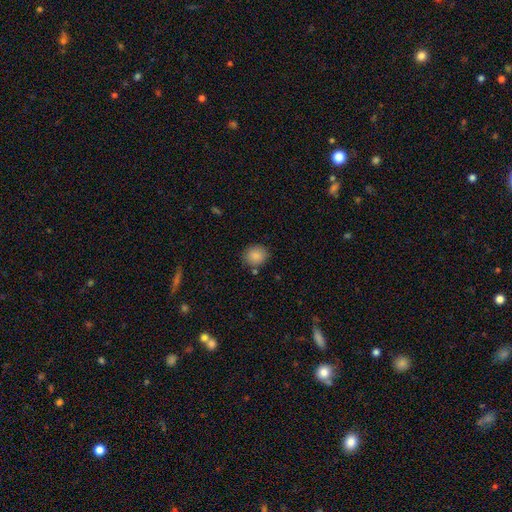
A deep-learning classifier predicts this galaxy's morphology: The model was most divided on "how rounded": round: 79%, in between: 20%, cigar-shaped: 1%. More confident: smooth or featured — smooth (86%); merging — none (83%).